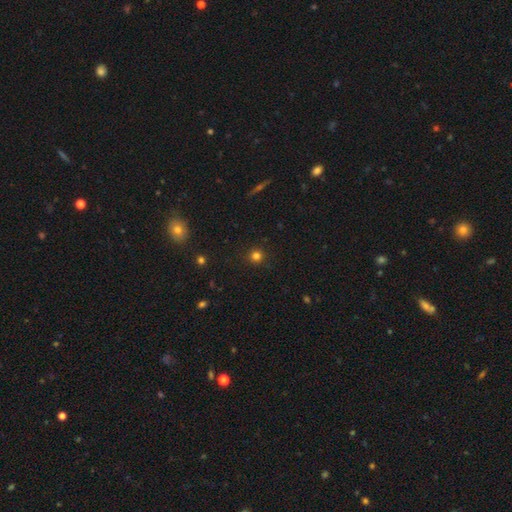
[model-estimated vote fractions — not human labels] The model was most divided on "smooth or featured": smooth: 79%, star or artifact: 16%, featured or disk: 5%. More confident: how rounded — round (95%); merging — none (91%).